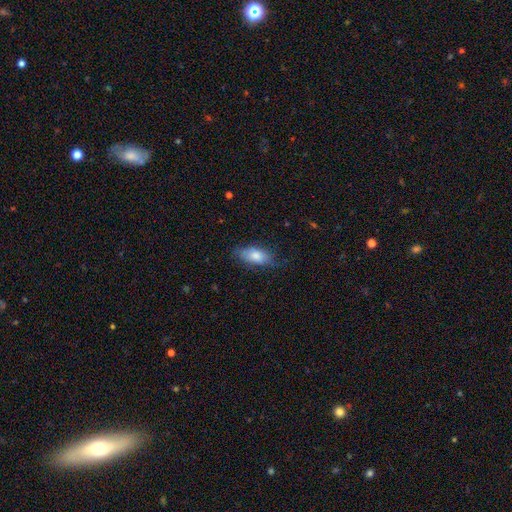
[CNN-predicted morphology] This is likely a smooth galaxy (80%). How rounded: clearly in between (86%). Merging: likely none (70%).